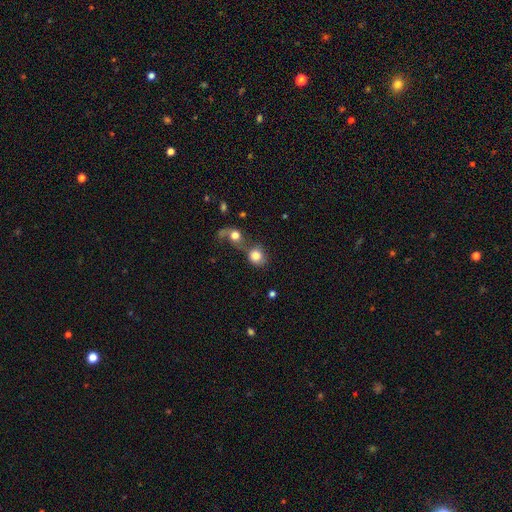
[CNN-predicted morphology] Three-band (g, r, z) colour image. It shows a smooth galaxy with no disk features (79%) that is round (74%). Merging: merger (55%).